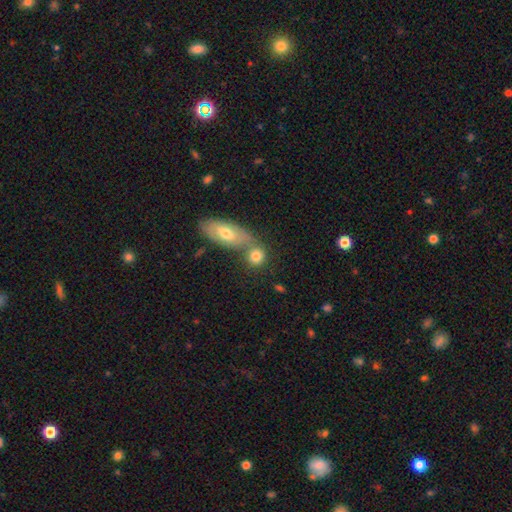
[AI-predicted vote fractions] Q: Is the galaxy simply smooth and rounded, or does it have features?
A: smooth — 78%.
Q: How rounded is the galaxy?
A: round — 66%.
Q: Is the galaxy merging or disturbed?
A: none — 49%.